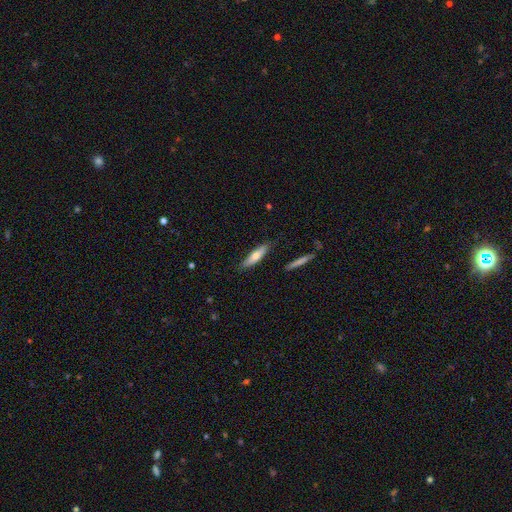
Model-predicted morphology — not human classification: The model was most divided on "smooth or featured": smooth: 63%, featured or disk: 31%, star or artifact: 6%. More confident: merging — none (84%); how rounded — cigar-shaped (70%).